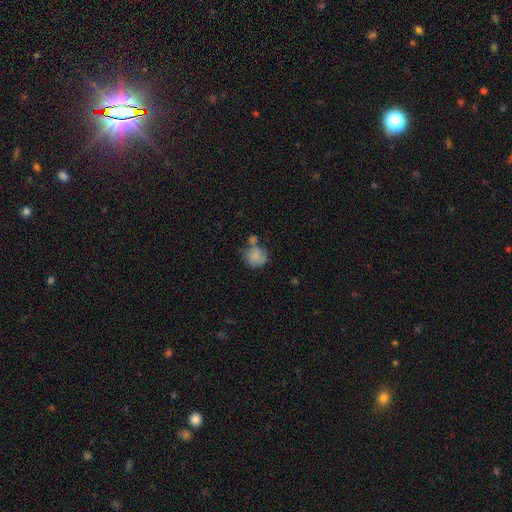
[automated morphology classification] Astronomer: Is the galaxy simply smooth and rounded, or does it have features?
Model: smooth — 75%.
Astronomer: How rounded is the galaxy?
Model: round — 80%.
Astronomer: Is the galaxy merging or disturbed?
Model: none — 44% (runner-up: merger, 26%).